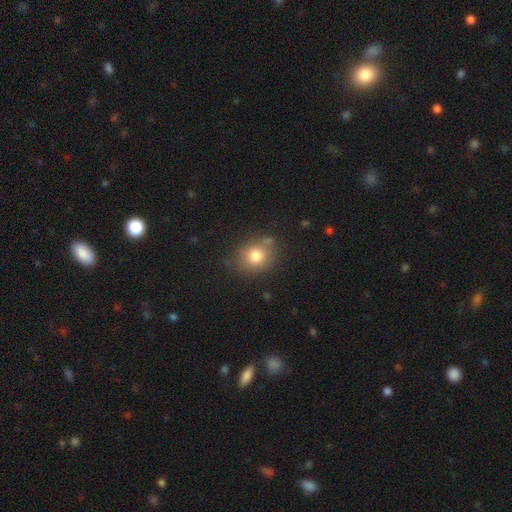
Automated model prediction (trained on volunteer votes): smooth 79%, star or artifact 11%, featured or disk 10%. Down the decision tree: how rounded — round (72%); merging — none (72%).